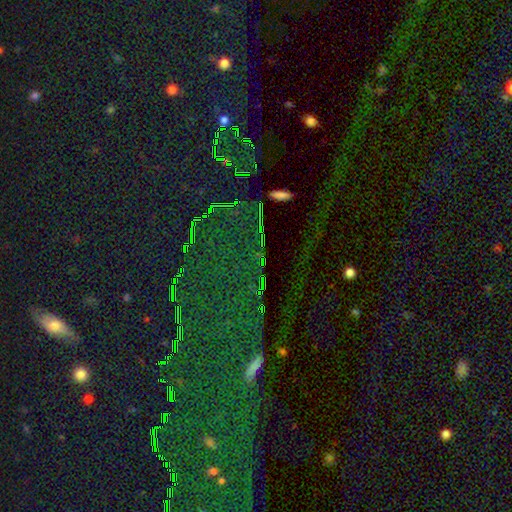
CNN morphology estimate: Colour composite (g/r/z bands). It shows a star or artifact, not a galaxy (80%).